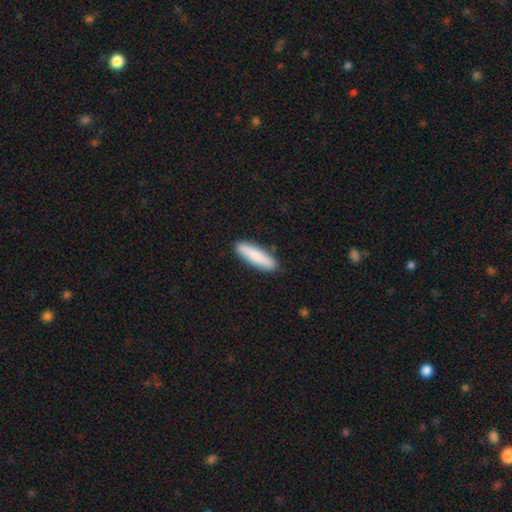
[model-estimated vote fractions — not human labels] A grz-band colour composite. It shows a smooth galaxy with no disk features (85%) that is cigar-shaped (76%). Merging: none (90%).